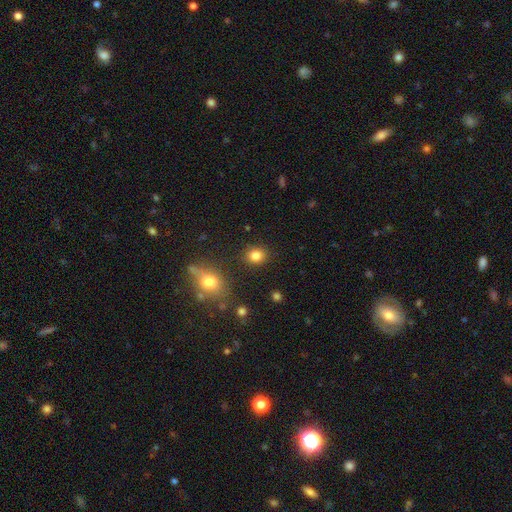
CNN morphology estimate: Smooth or featured? Predicted: smooth (p=0.83). How rounded? Predicted: round (p=0.71). Merging? Predicted: none (p=0.87).